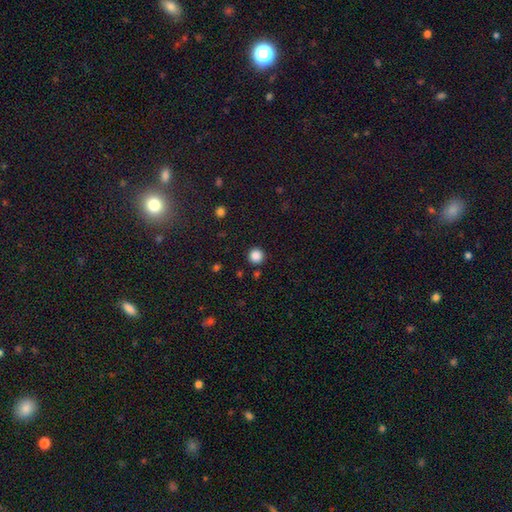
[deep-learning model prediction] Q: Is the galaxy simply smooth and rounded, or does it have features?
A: smooth — 86%.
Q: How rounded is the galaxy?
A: round — 95%.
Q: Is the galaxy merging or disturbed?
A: none — 91%.